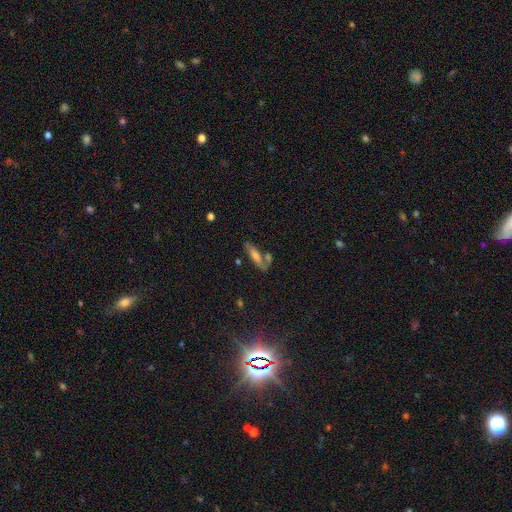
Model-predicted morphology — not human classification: smooth-or-featured: smooth: 50% | featured or disk: 39% | star or artifact: 10%
  how-rounded: cigar-shaped: 50% | in between: 47% | round: 3%
  merging: none: 54% | merger: 22% | minor disturbance: 17% | major disturbance: 8%